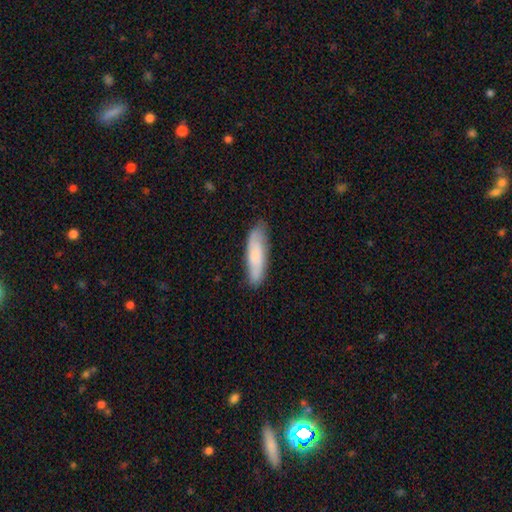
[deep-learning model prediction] This is likely a smooth galaxy (72%). How rounded: likely cigar-shaped (65%). Merging: likely none (79%).